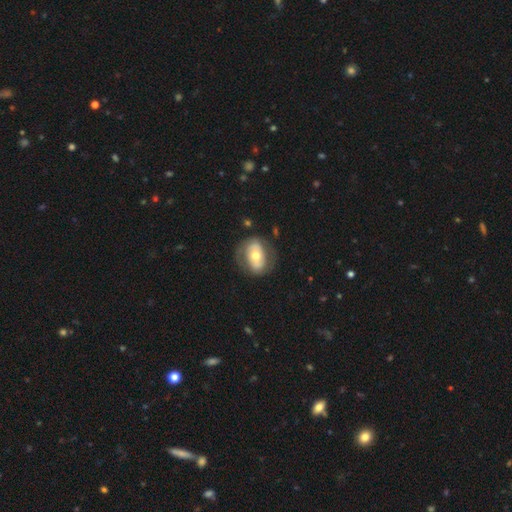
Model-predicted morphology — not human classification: Smooth or featured?
  - featured or disk: 52% *
  - smooth: 42%
  - star or artifact: 6%
Edge-on disk?
  - no: 94% *
  - yes: 6%
Merging?
  - none: 71% *
  - minor disturbance: 17%
  - major disturbance: 10%
  - merger: 2%